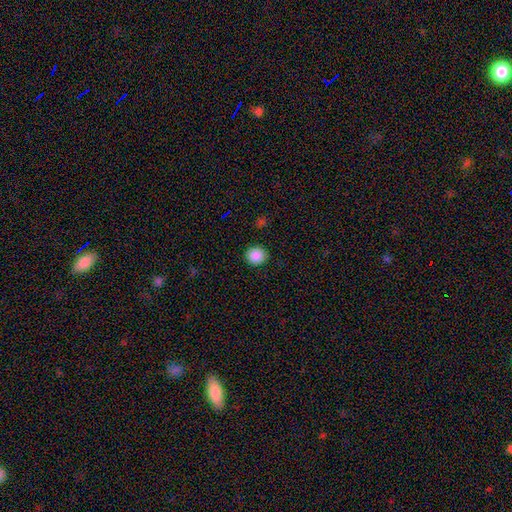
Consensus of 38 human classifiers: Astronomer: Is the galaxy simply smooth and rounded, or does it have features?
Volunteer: smooth — 89%.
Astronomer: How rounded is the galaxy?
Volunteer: round — 97%.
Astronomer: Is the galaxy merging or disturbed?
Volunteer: none — 91%.